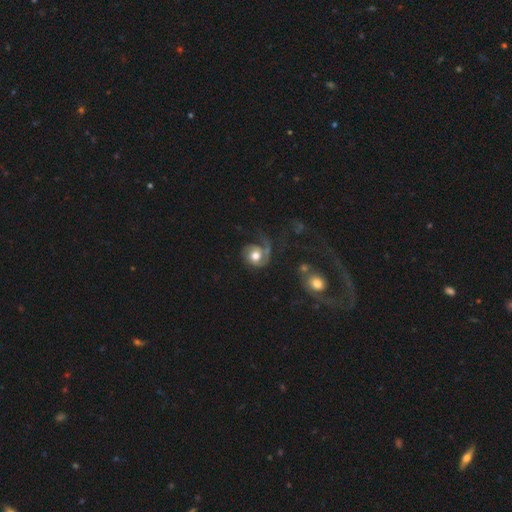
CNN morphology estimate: Smooth or featured? Predicted: featured or disk (p=0.67). Edge-on disk? Predicted: no (p=0.98). Bar? Predicted: no (p=0.78). Spiral arms? Predicted: yes (p=0.89). Spiral winding? Predicted: medium (p=0.37). Spiral arm count? Predicted: 1 (p=0.58). Bulge size? Predicted: moderate (p=0.60). Merging? Predicted: none (p=0.43).